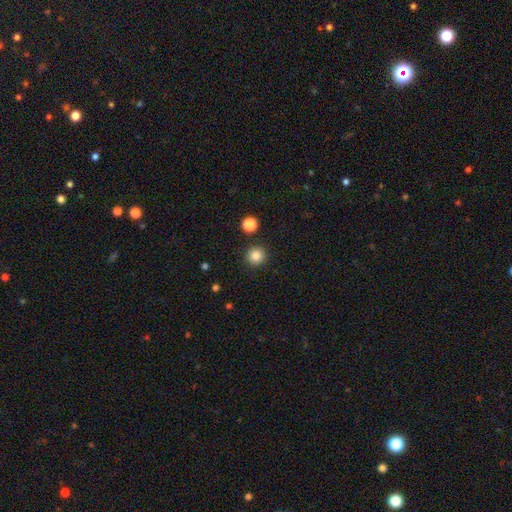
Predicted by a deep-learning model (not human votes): smooth 86%, star or artifact 11%, featured or disk 4%. Down the decision tree: how rounded — round (95%); merging — none (90%).